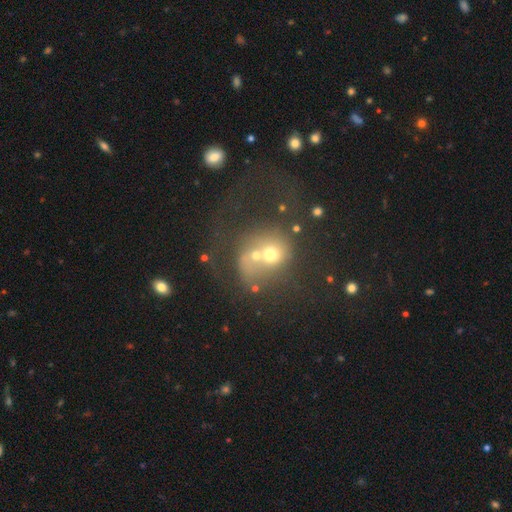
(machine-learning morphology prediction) smooth 52%, featured or disk 28%, star or artifact 20%. Down the decision tree: how rounded — round (74%); merging — merger (57%).